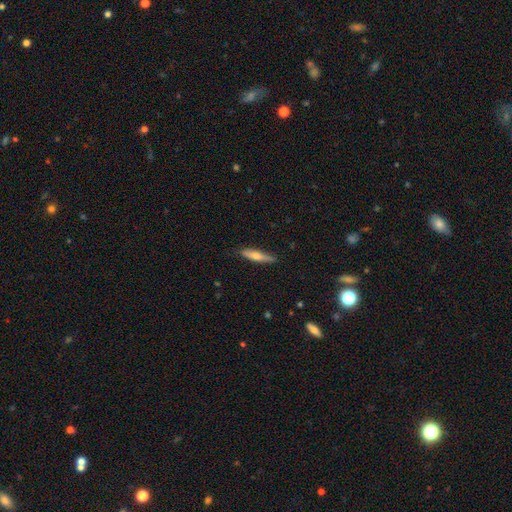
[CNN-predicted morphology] smooth_or_featured: smooth (p=0.55) [alt: featured or disk p=0.39]
how_rounded: cigar-shaped (p=0.84) [alt: in between p=0.14]
merging: none (p=0.85) [alt: minor disturbance p=0.12]